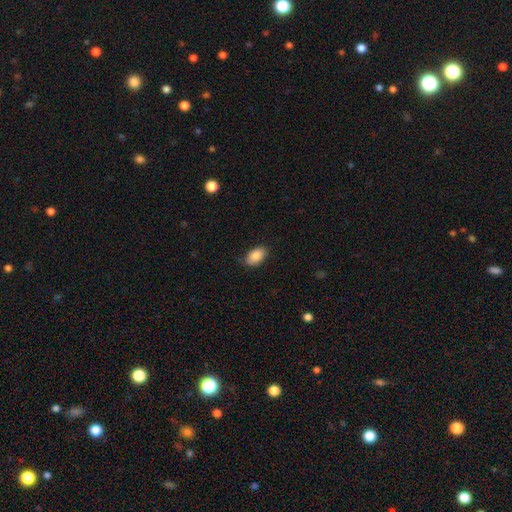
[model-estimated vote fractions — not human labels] This appears to be a smooth galaxy with no disk features (87%) that is in between round and cigar-shaped (91%). Merging: none (81%).